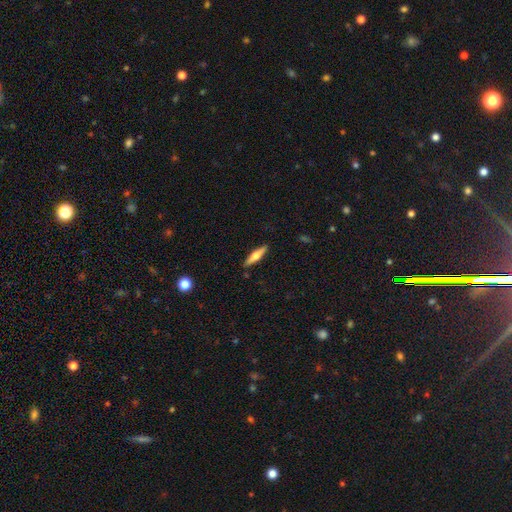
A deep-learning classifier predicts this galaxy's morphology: This is possibly a featured or disk galaxy (49%). Merging: clearly none (89%).